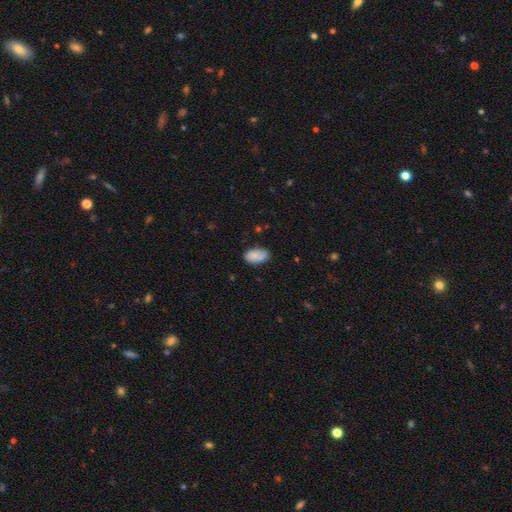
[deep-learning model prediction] Smooth or featured? Predicted: smooth (p=0.84). How rounded? Predicted: in between (p=0.93). Merging? Predicted: none (p=0.71).